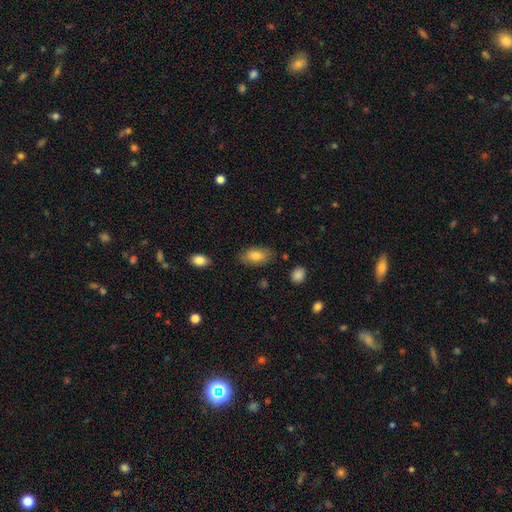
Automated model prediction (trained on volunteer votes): smooth-or-featured: smooth: 81% | featured or disk: 12% | star or artifact: 7%
  how-rounded: in between: 92% | round: 5% | cigar-shaped: 3%
  merging: none: 80% | minor disturbance: 14% | major disturbance: 3% | merger: 2%